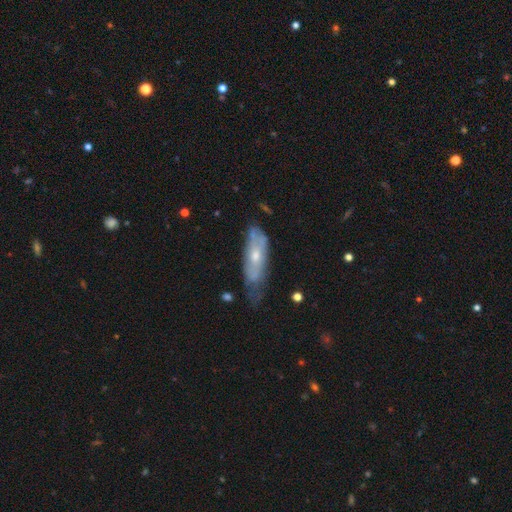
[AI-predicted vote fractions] smooth_or_featured: featured or disk (p=0.55) [alt: smooth p=0.38]
disk_edge_on: no (p=0.74) [alt: yes p=0.26]
merging: none (p=0.42) [alt: minor disturbance p=0.38]